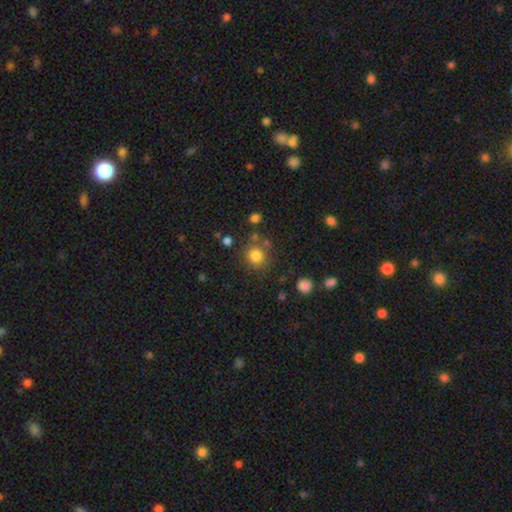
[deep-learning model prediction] Smooth or featured? smooth (81%)
How rounded? round (87%)
Merging? none (77%)